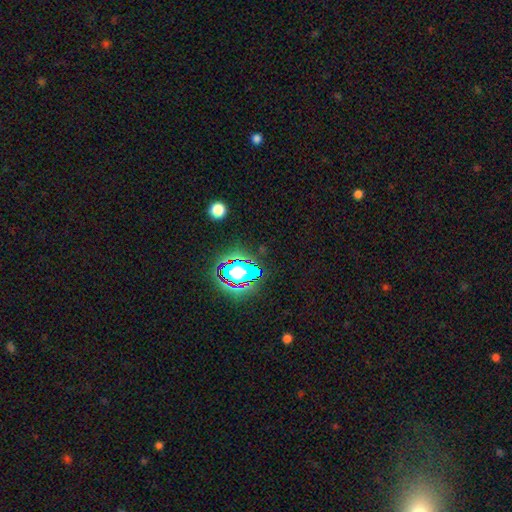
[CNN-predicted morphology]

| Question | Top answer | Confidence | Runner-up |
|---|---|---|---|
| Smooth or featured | star or artifact | 74% | smooth (15%) |